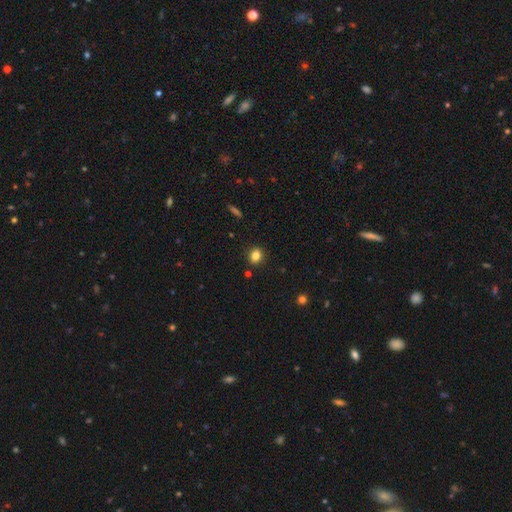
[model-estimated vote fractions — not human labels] Smooth or featured?
  - smooth: 83% *
  - star or artifact: 11%
  - featured or disk: 6%
How rounded?
  - round: 59% *
  - in between: 40%
  - cigar-shaped: 1%
Merging?
  - none: 88% *
  - minor disturbance: 8%
  - major disturbance: 2%
  - merger: 2%